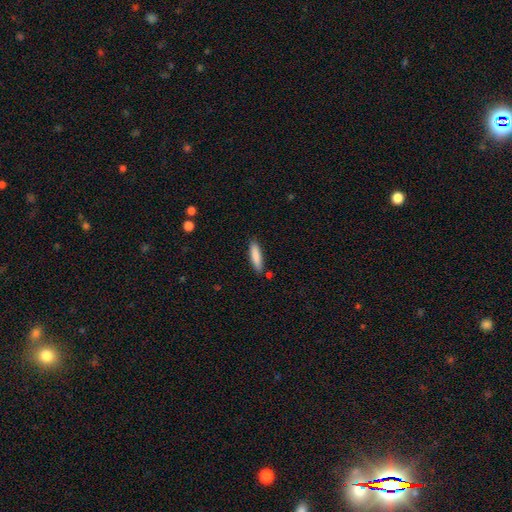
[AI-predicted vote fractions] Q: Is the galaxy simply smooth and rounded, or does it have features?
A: smooth — 85%.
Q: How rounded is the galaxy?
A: cigar-shaped — 76%.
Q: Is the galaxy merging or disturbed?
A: none — 84%.